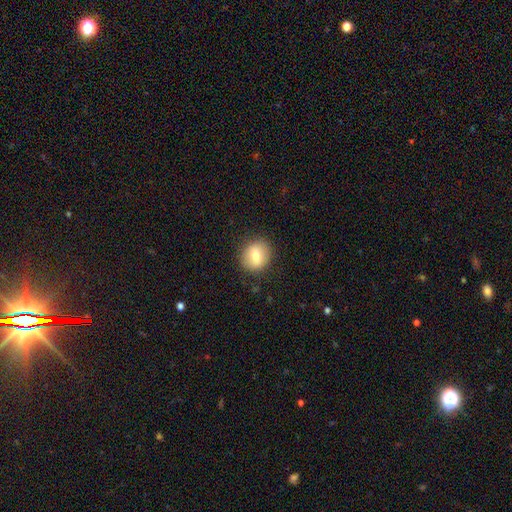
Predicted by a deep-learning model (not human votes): The model was most divided on "how rounded": round: 65%, in between: 33%, cigar-shaped: 2%. More confident: merging — none (85%); smooth or featured — smooth (68%).